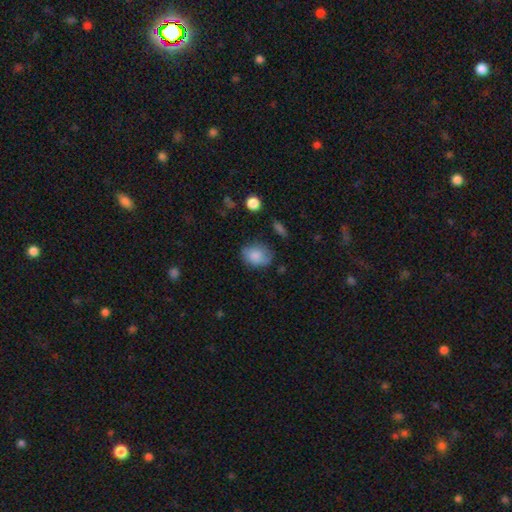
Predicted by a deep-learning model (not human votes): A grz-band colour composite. It shows a smooth galaxy with no disk features (81%) that is in between round and cigar-shaped (58%). Merging: none (60%).